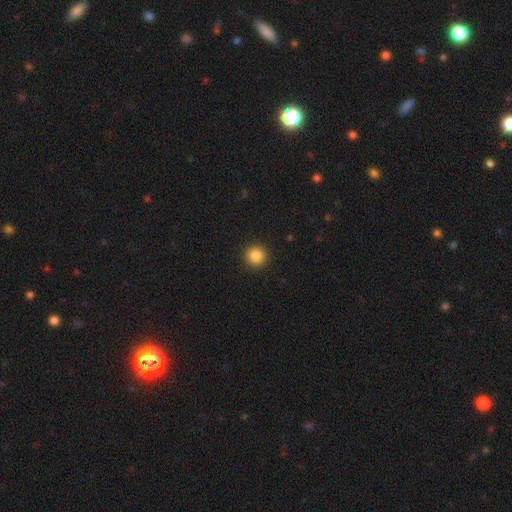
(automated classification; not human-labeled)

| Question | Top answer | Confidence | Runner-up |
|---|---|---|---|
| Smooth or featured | smooth | 85% | star or artifact (10%) |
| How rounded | round | 95% | in between (4%) |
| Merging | none | 93% | minor disturbance (5%) |